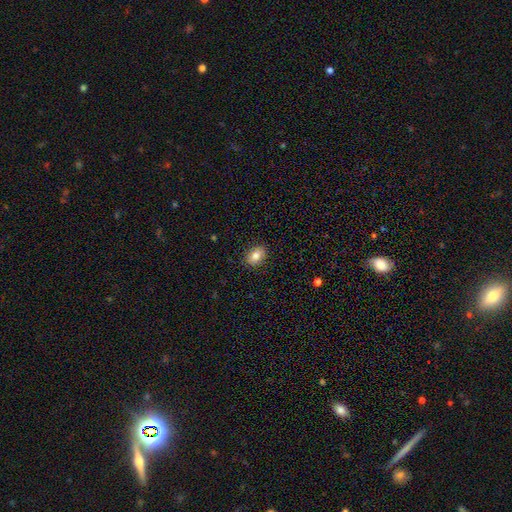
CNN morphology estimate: A smooth galaxy with no disk features (82%) that is in between round and cigar-shaped (79%). Merging: none (88%).